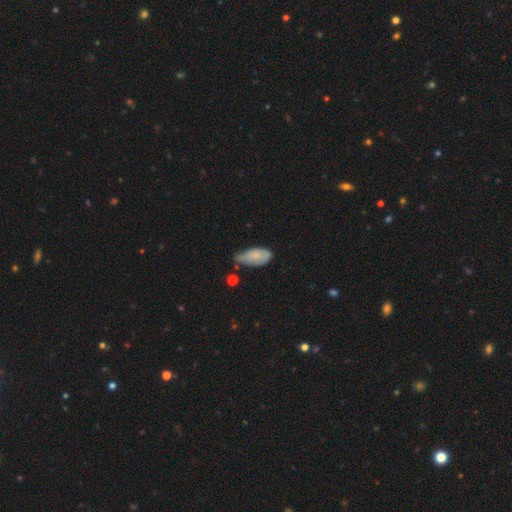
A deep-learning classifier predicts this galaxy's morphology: A smooth galaxy with no disk features (73%) that is in between round and cigar-shaped (89%).

Vote fractions:
- Smooth or featured? smooth: 73% / featured or disk: 20% / star or artifact: 7%
- How rounded? in between: 89% / cigar-shaped: 8% / round: 3%
- Merging? minor disturbance: 50% / none: 31% / major disturbance: 14% / merger: 5%